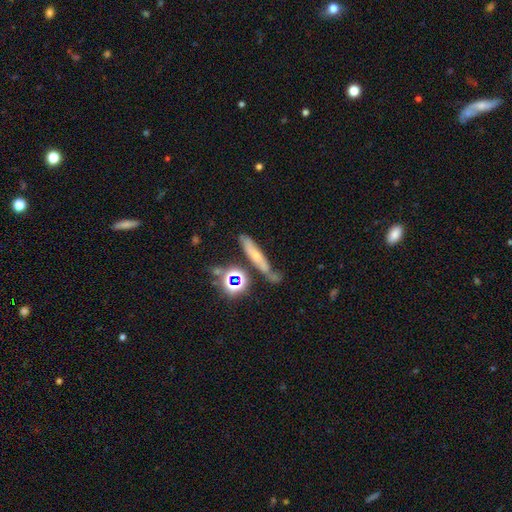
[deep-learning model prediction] Overall: smooth (45%; featured or disk 29%). Merging: none (60%).